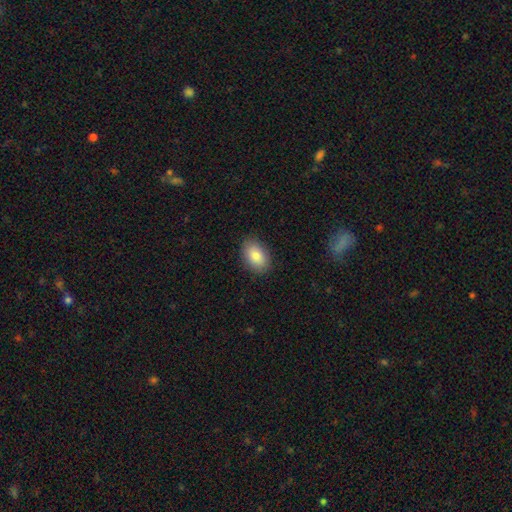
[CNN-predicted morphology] The model was most divided on "smooth or featured": smooth: 85%, featured or disk: 8%, star or artifact: 7%. More confident: how rounded — in between (89%); merging — none (88%).